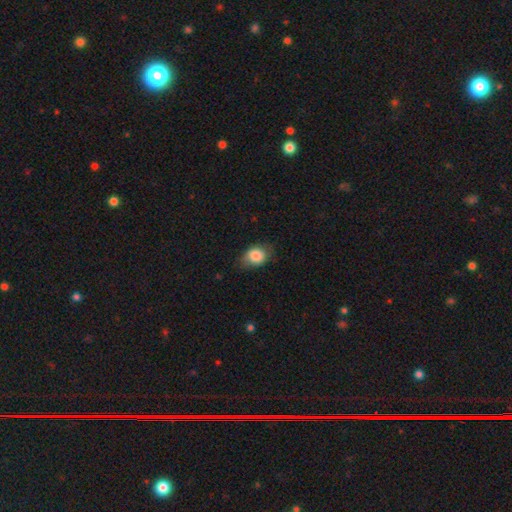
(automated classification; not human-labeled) This appears to be a smooth galaxy with no disk features (83%) that is in between round and cigar-shaped (62%). Merging: none (69%).